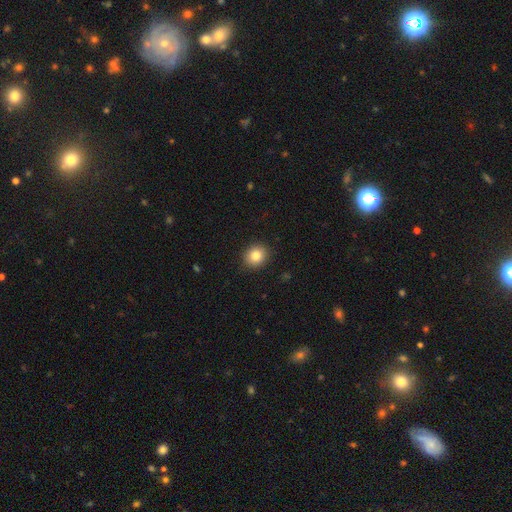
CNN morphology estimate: type=smooth (83%); roundness=round (79%); merging=none (90%).